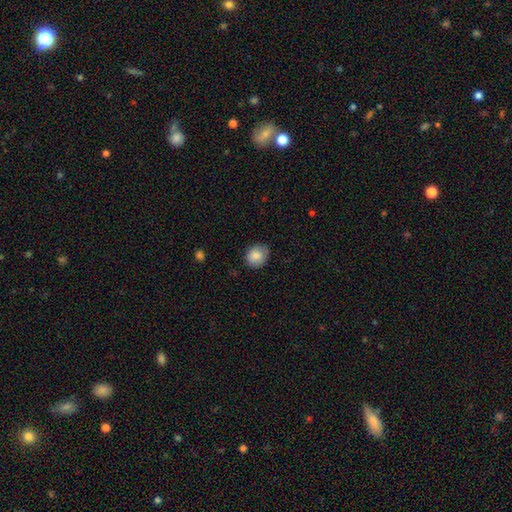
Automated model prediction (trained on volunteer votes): Smooth or featured? Predicted: smooth (p=0.86). How rounded? Predicted: round (p=0.61). Merging? Predicted: none (p=0.79).